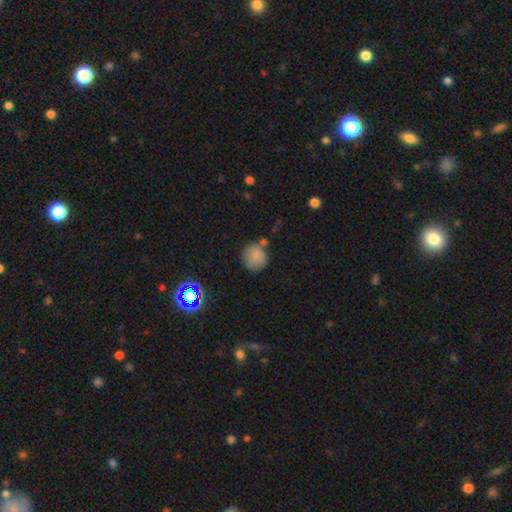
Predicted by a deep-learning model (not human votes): Morphology: type=smooth (82%); roundness=round (91%); merging=none (67%).